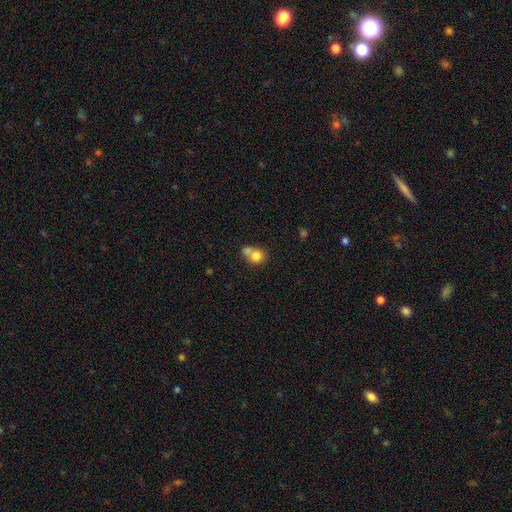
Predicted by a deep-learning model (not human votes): Q: Smooth or featured?
A: smooth (76%); runner-up: featured or disk (14%)
Q: How rounded?
A: round (72%); runner-up: in between (27%)
Q: Merging?
A: merger (57%); runner-up: none (29%)